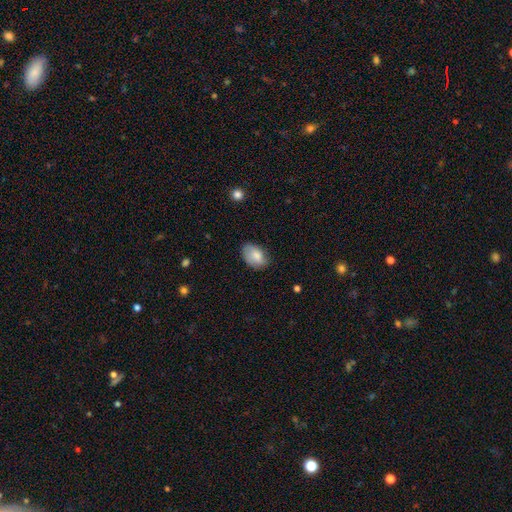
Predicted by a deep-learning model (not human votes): Smooth or featured? smooth (82%)
How rounded? in between (89%)
Merging? none (72%)